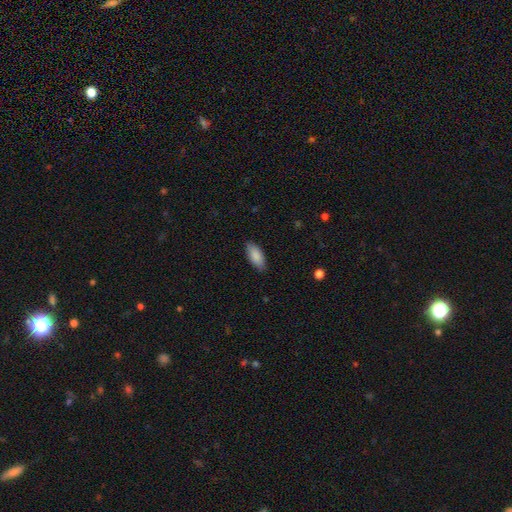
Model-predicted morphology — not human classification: Smooth or featured? smooth (88%)
How rounded? in between (86%)
Merging? none (86%)